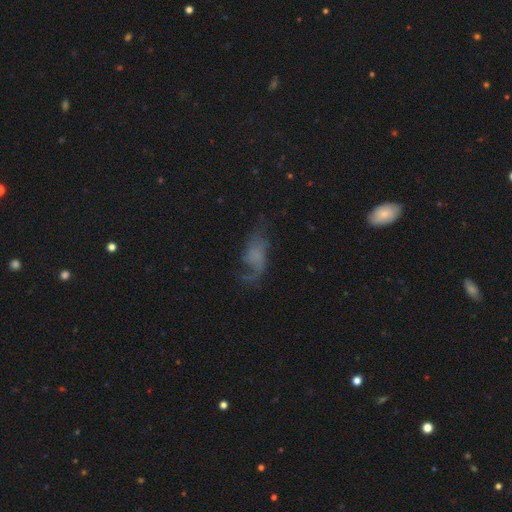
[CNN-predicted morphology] smooth-or-featured: featured or disk: 57% | smooth: 30% | star or artifact: 13%
  disk-edge-on: no: 93% | yes: 7%
    bar: no: 76% | weak: 20% | strong: 4%
    has-spiral-arms: yes: 78% | no: 22%
    bulge-size: none: 64% | small: 17% | moderate: 9% | large: 6% | dominant: 3%
  merging: none: 44% | major disturbance: 31% | minor disturbance: 22% | merger: 3%